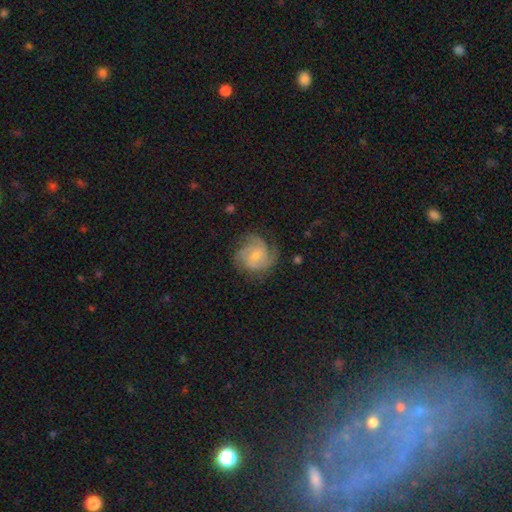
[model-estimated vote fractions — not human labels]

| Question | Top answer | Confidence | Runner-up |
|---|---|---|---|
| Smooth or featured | featured or disk | 77% | smooth (16%) |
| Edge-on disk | no | 98% | yes (2%) |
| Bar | no | 57% | weak (38%) |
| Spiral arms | yes | 95% | no (5%) |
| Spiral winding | tight | 48% | medium (41%) |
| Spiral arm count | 3 | 43% | can't tell (18%) |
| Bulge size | small | 50% | moderate (43%) |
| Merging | none | 68% | minor disturbance (21%) |